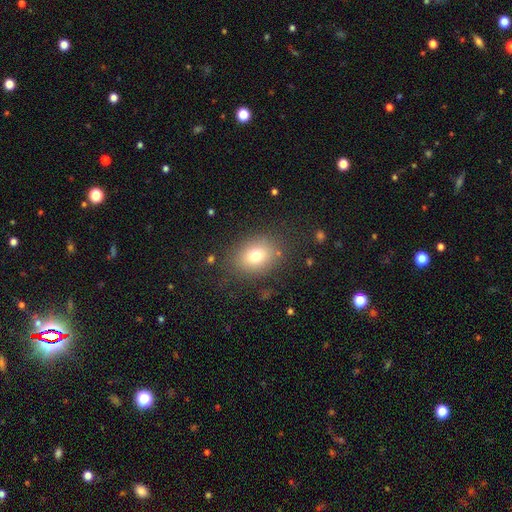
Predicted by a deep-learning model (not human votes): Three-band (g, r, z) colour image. It shows a smooth galaxy with no disk features (75%) that is in between round and cigar-shaped (57%). Merging: none (80%).